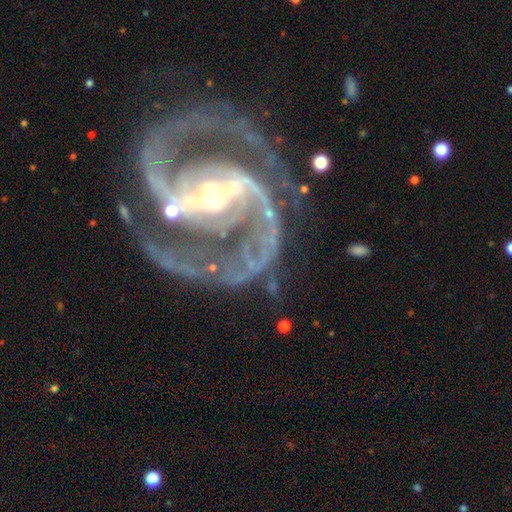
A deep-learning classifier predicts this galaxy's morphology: Smooth or featured? Predicted: featured or disk (p=0.91). Edge-on disk? Predicted: no (p=0.97). Bar? Predicted: strong (p=0.49). Spiral arms? Predicted: yes (p=0.96). Spiral winding? Predicted: medium (p=0.48). Spiral arm count? Predicted: 2 (p=0.67). Bulge size? Predicted: moderate (p=0.50). Merging? Predicted: none (p=0.46).